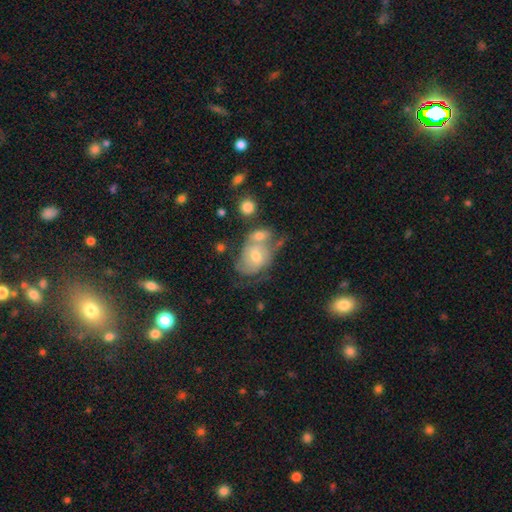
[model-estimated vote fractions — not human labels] This appears to be a featured or disk galaxy (67%) with no bar (63%), 2 (55%) tight (44%) spiral arms (84%) and a moderate central bulge (62%). Merging: none (34%).